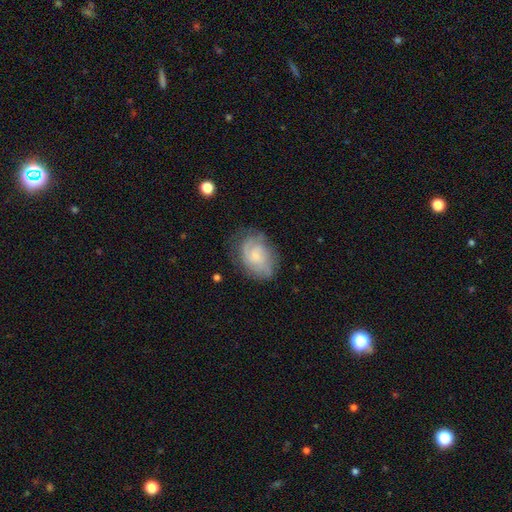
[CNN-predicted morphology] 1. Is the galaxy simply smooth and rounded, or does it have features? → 59% featured or disk, 33% smooth, 8% star or artifact.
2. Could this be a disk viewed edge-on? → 97% no, 3% yes.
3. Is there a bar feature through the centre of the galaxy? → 68% no, 29% weak, 3% strong.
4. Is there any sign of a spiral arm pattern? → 86% yes, 14% no.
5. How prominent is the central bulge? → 49% small, 25% moderate, 19% none, 5% large, 1% dominant.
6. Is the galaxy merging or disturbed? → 66% none, 22% minor disturbance, 11% major disturbance, 1% merger.